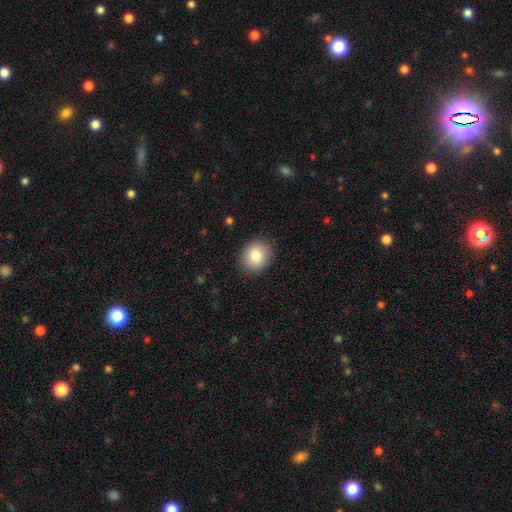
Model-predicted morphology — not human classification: smooth 83%, featured or disk 8%, star or artifact 8%. Down the decision tree: how rounded — round (65%); merging — none (87%).